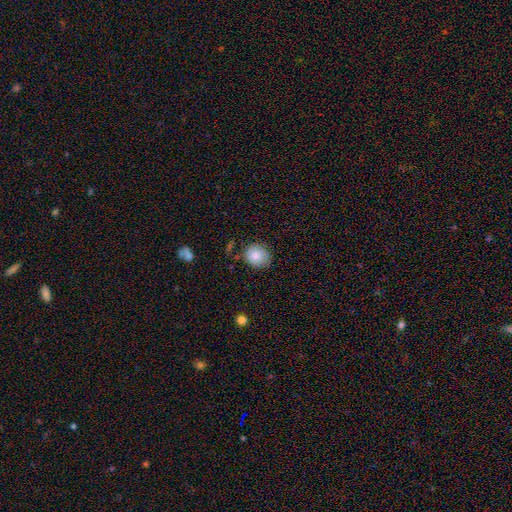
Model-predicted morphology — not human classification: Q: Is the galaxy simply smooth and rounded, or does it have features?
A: smooth — 84%.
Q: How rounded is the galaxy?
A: round — 76%.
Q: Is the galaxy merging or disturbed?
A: none — 78%.